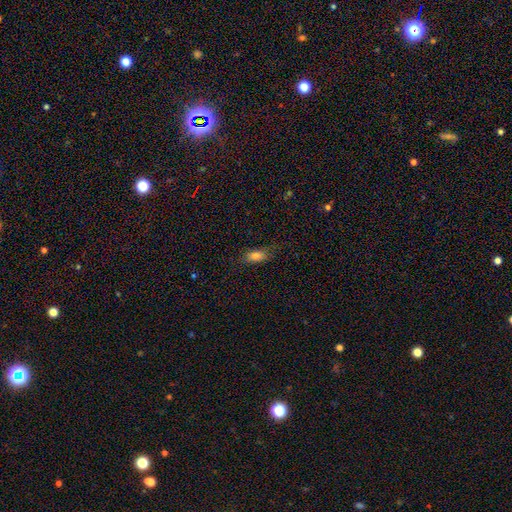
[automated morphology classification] A smooth galaxy with no disk features (79%) that is in between round and cigar-shaped (82%). Merging: none (71%).